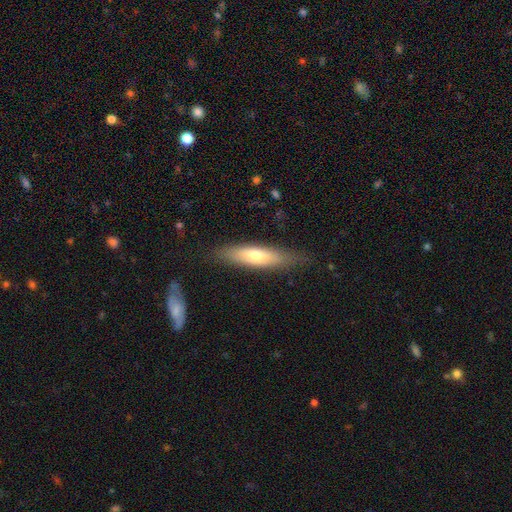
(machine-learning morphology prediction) Smooth or featured? Predicted: smooth (p=0.59). How rounded? Predicted: cigar-shaped (p=0.75). Merging? Predicted: none (p=0.80).